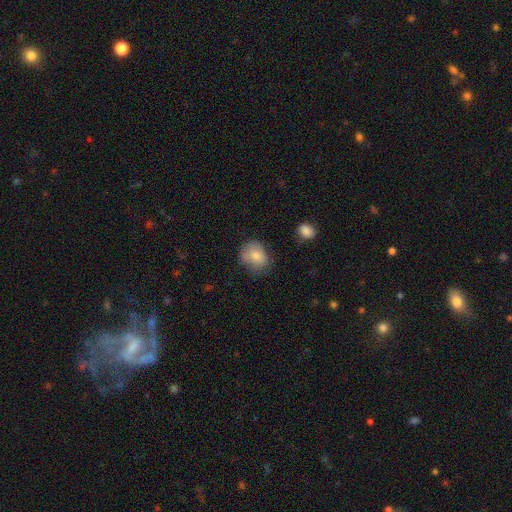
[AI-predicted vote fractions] This appears to be a smooth galaxy with no disk features (79%) that is round (54%). Merging: none (56%).